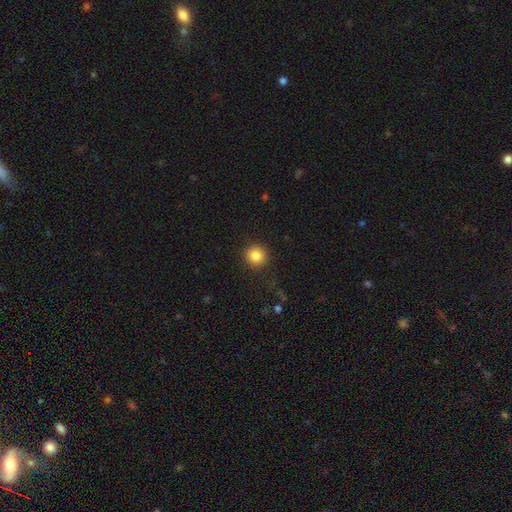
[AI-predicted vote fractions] A smooth galaxy with no disk features (85%) that is round (93%).

Vote fractions:
- Smooth or featured? smooth: 85% / star or artifact: 10% / featured or disk: 5%
- How rounded? round: 93% / in between: 6% / cigar-shaped: 1%
- Merging? none: 89% / minor disturbance: 7% / major disturbance: 3% / merger: 1%